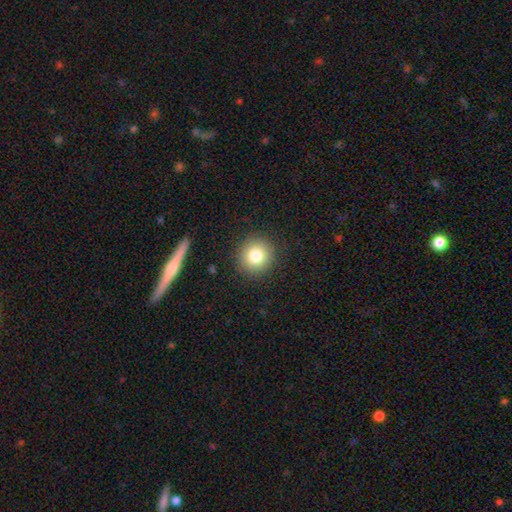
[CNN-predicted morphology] smooth 81%, star or artifact 11%, featured or disk 8%. Down the decision tree: how rounded — round (92%); merging — none (90%).